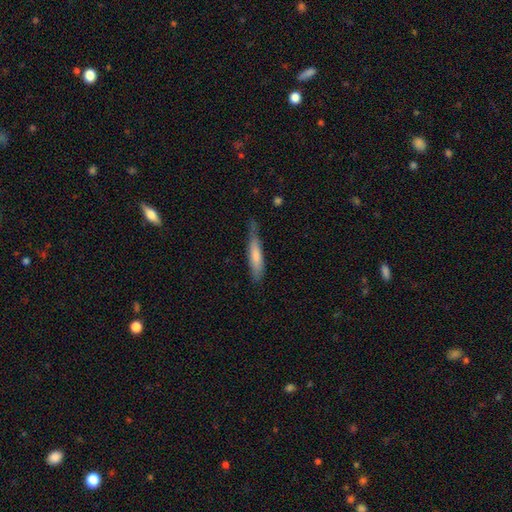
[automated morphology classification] smooth_or_featured: smooth (p=0.71) [alt: featured or disk p=0.24]
how_rounded: cigar-shaped (p=0.83) [alt: in between p=0.16]
merging: none (p=0.56) [alt: minor disturbance p=0.33]